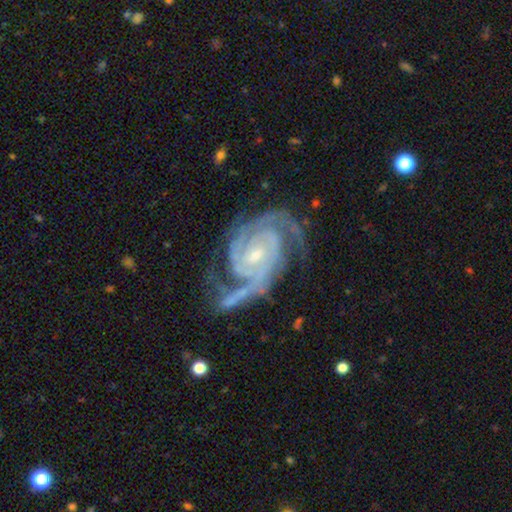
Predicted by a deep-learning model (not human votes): Morphology: type=featured or disk (93%); edge-on=no (98%); bar=no (46%); spiral arms=yes (99%); winding=tight (64%); arm count=2 (51%); bulge=small (64%); merging=none (60%).